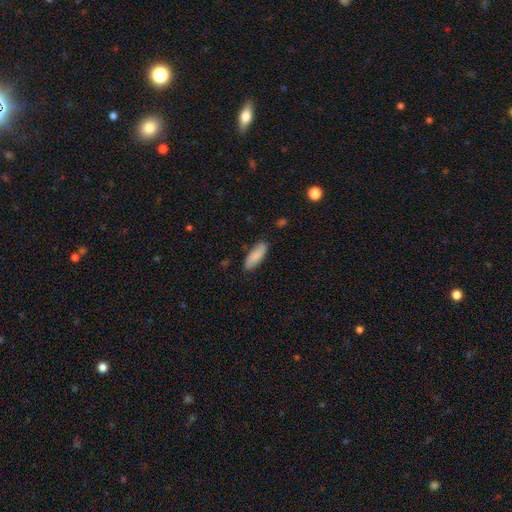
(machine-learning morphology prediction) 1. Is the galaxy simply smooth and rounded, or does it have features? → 86% smooth, 8% featured or disk, 6% star or artifact.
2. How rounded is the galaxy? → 65% in between, 34% cigar-shaped, 2% round.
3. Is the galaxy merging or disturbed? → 84% none, 12% minor disturbance, 2% major disturbance, 1% merger.